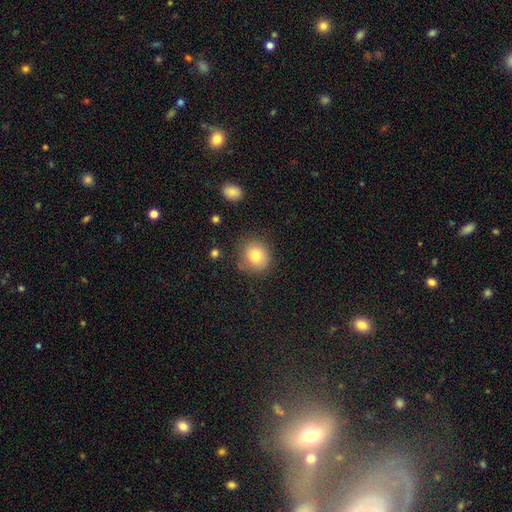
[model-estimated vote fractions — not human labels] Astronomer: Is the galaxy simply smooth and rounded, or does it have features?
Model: smooth — 79%.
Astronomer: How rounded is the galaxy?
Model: round — 81%.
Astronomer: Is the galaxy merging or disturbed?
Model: none — 79%.